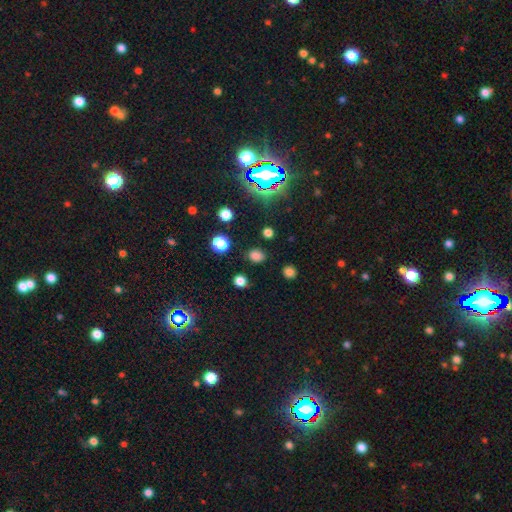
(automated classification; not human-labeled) This is likely a smooth galaxy (74%). How rounded: possibly round (56%). Merging: clearly none (84%).